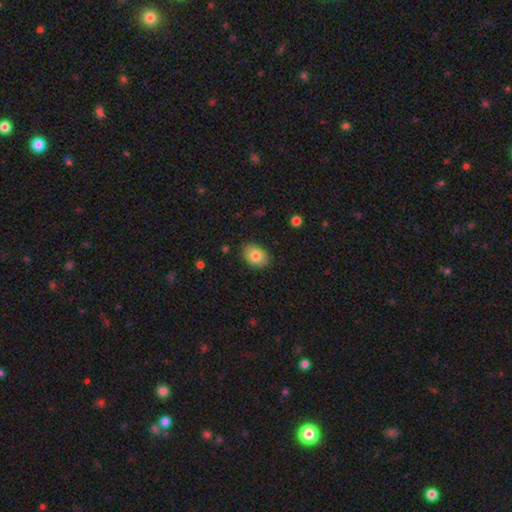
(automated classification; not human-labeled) The model was most divided on "how rounded": in between: 70%, round: 29%, cigar-shaped: 1%. More confident: merging — none (86%); smooth or featured — smooth (81%).